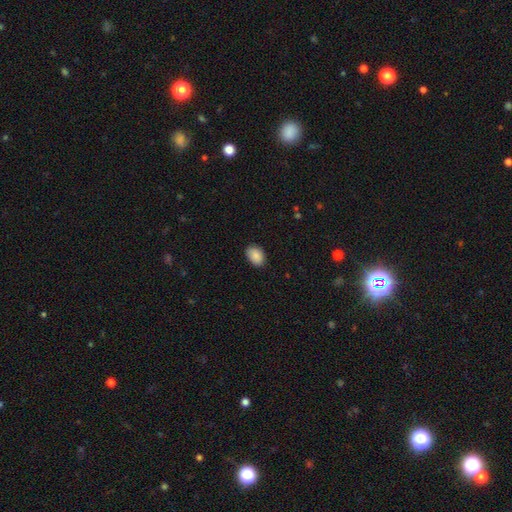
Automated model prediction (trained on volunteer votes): Morphology: type=smooth (88%); roundness=in between (78%); merging=none (86%).